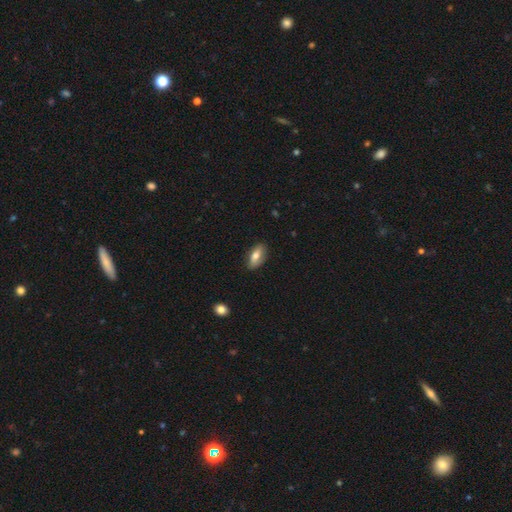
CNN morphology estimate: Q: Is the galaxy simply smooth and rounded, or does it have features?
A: smooth — 70%.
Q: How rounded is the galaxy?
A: in between — 88%.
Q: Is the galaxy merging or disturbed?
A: none — 83%.